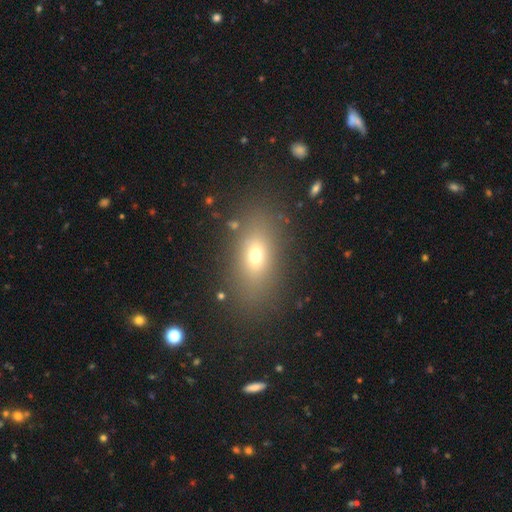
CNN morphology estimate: The model was most divided on "smooth or featured": smooth: 65%, featured or disk: 18%, star or artifact: 16%. More confident: merging — none (82%); how rounded — in between (76%).